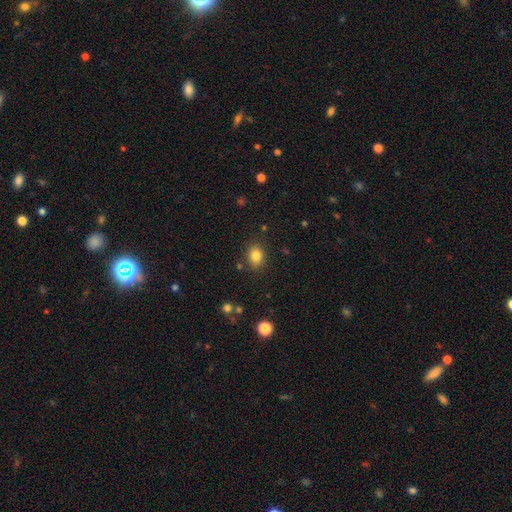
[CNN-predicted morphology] Smooth or featured? smooth (83%)
How rounded? in between (56%)
Merging? none (83%)